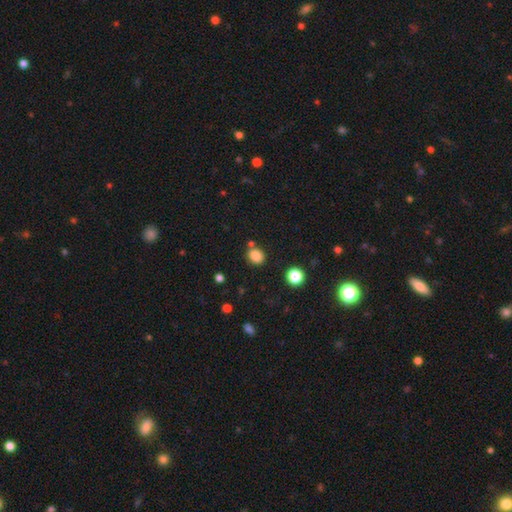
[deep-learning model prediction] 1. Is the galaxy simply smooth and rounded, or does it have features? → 84% smooth, 12% star or artifact, 4% featured or disk.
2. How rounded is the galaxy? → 60% round, 40% in between, 1% cigar-shaped.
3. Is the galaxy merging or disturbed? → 74% none, 12% minor disturbance, 10% merger, 4% major disturbance.